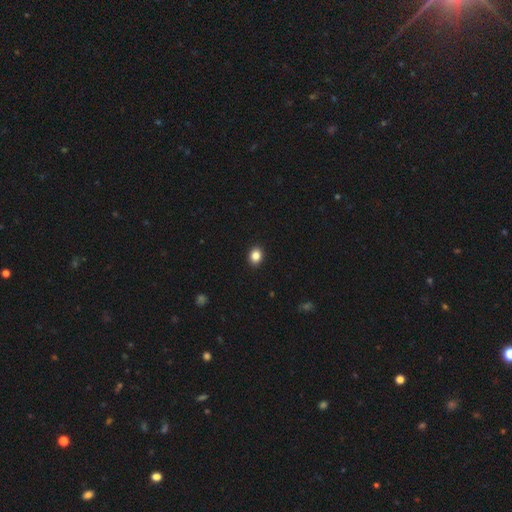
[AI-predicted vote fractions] A smooth galaxy with no disk features (86%) that is round (55%). Merging: none (92%).